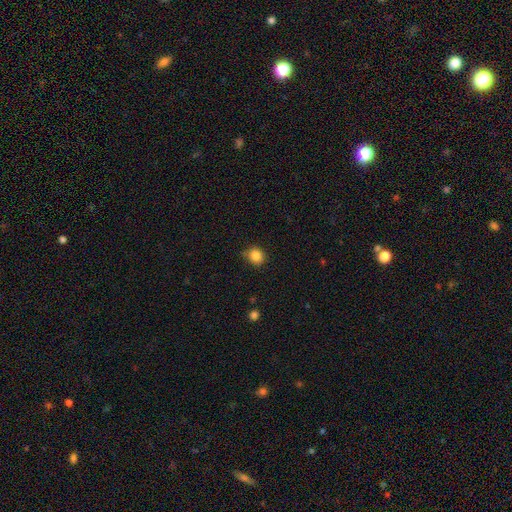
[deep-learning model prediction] This is clearly a smooth galaxy (85%). How rounded: clearly round (83%). Merging: clearly none (80%).